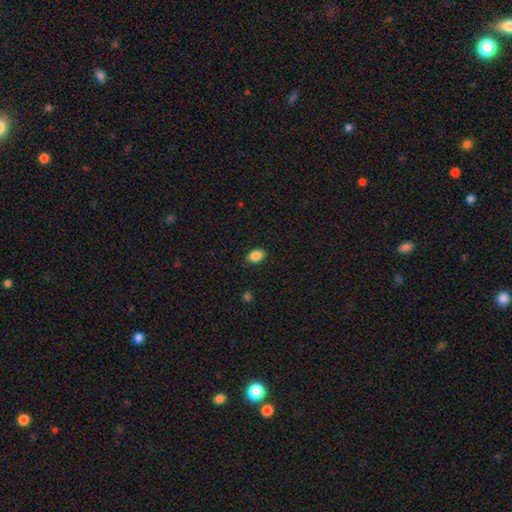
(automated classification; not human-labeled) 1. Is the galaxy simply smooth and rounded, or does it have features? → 88% smooth, 8% star or artifact, 4% featured or disk.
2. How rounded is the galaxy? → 88% in between, 11% round, 1% cigar-shaped.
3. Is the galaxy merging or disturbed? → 88% none, 9% minor disturbance, 2% major disturbance, 1% merger.